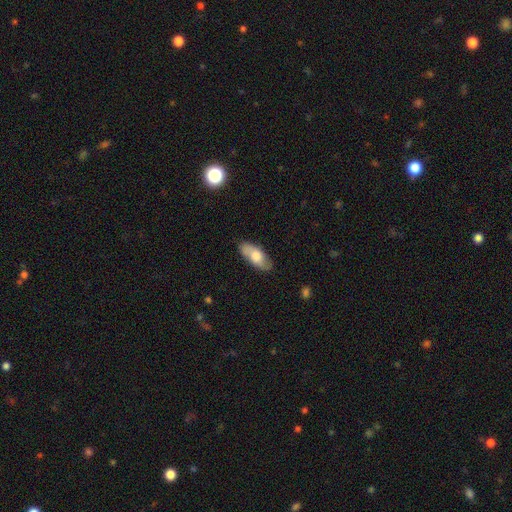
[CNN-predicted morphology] Overall: smooth (58%; featured or disk 36%). How rounded: in between (80%). Merging: none (81%).